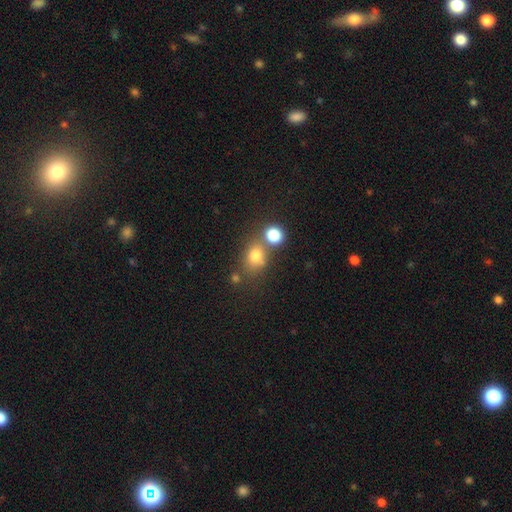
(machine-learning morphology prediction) Smooth or featured? smooth (74%)
How rounded? round (56%)
Merging? none (54%)